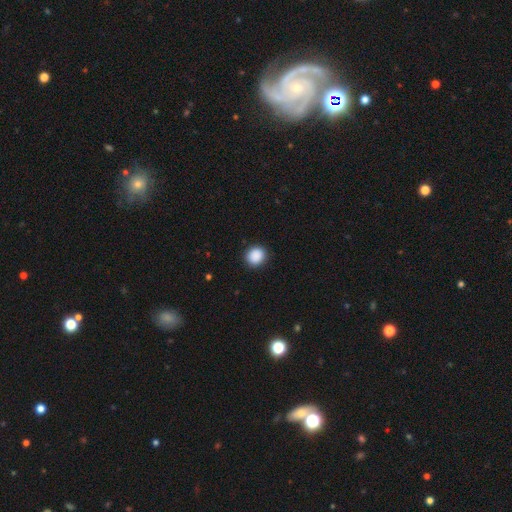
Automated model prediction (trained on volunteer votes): Morphology: type=smooth (89%); roundness=round (85%); merging=none (90%).